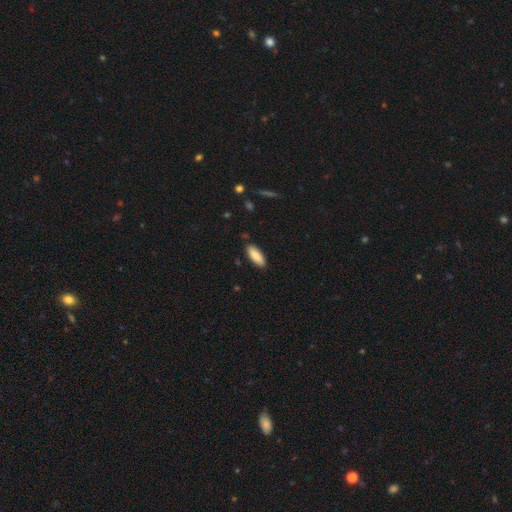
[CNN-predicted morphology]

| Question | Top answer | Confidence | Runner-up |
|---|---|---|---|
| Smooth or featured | smooth | 86% | featured or disk (8%) |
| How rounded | in between | 73% | cigar-shaped (25%) |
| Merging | none | 88% | minor disturbance (9%) |